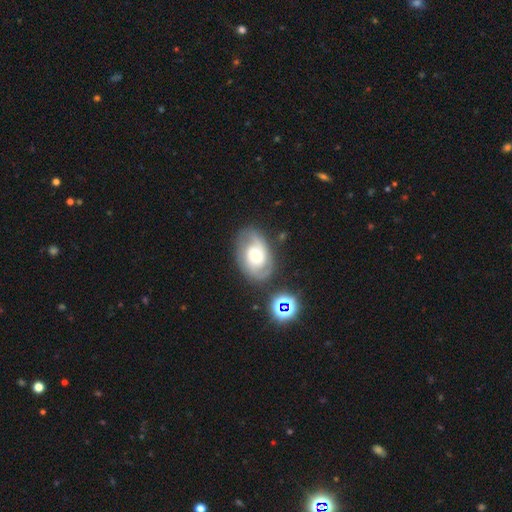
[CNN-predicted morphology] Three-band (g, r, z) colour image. It shows a featured or disk galaxy (78%) with no bar (64%), 2 (77%) medium (44%) spiral arms (93%) and a moderate central bulge (53%). Merging: none (73%).